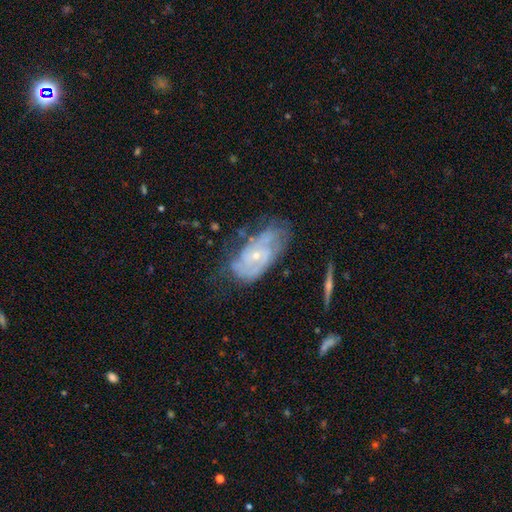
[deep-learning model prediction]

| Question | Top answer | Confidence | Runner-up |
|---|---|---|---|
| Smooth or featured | featured or disk | 75% | smooth (18%) |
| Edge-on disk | no | 94% | yes (6%) |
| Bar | no | 74% | weak (22%) |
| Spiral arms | yes | 82% | no (18%) |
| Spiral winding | tight | 58% | medium (31%) |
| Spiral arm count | can't tell | 48% | 2 (28%) |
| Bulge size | small | 72% | moderate (25%) |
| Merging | none | 50% | minor disturbance (30%) |